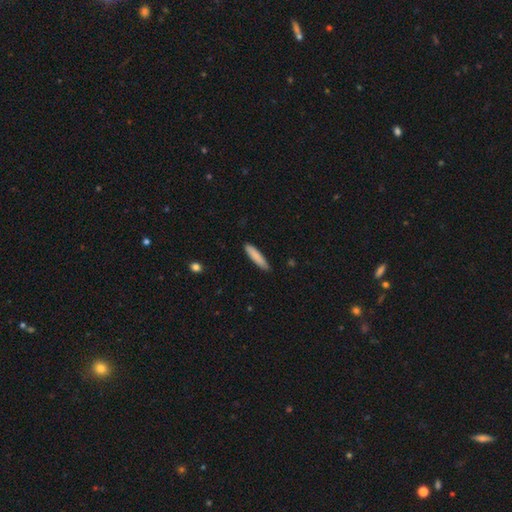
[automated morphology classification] type=smooth (85%); roundness=cigar-shaped (83%); merging=none (84%).